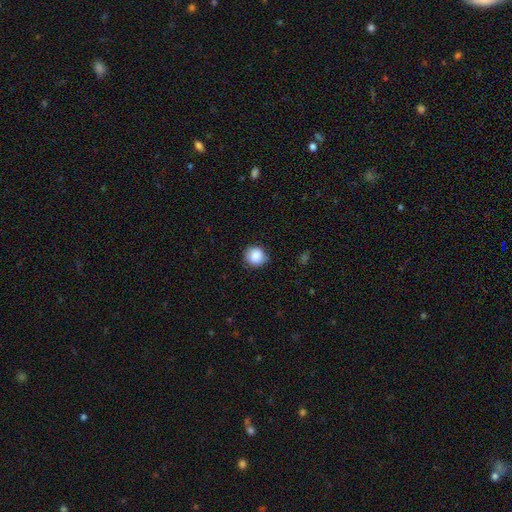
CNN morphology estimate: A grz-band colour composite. It shows a smooth galaxy with no disk features (85%) that is round (87%). Merging: none (79%).